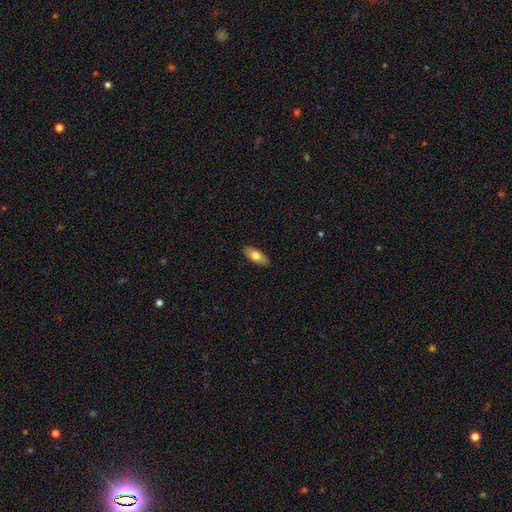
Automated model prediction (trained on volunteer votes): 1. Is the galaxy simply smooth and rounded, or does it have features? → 73% smooth, 20% featured or disk, 6% star or artifact.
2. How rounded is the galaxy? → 84% in between, 13% cigar-shaped, 3% round.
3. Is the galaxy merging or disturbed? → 89% none, 9% minor disturbance, 2% major disturbance, 1% merger.